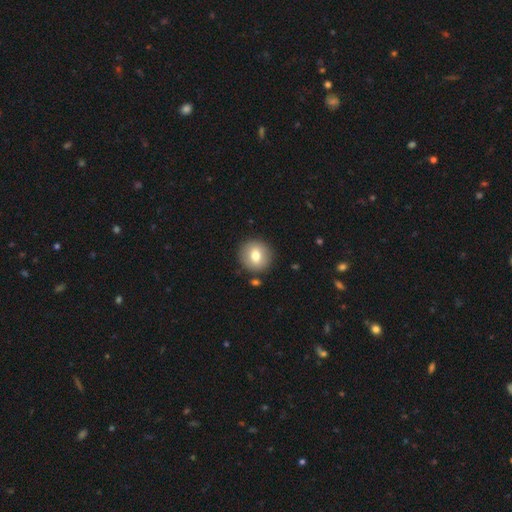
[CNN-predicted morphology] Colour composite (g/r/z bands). It shows a smooth galaxy with no disk features (74%) that is round (91%). Merging: none (87%).